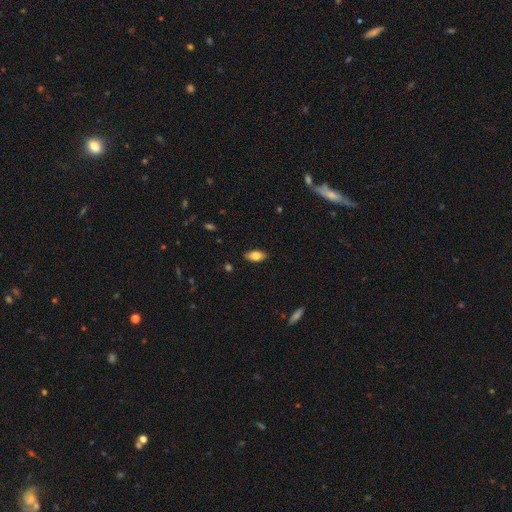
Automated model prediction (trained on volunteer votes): A smooth galaxy with no disk features (80%) that is in between round and cigar-shaped (89%). Merging: none (88%).